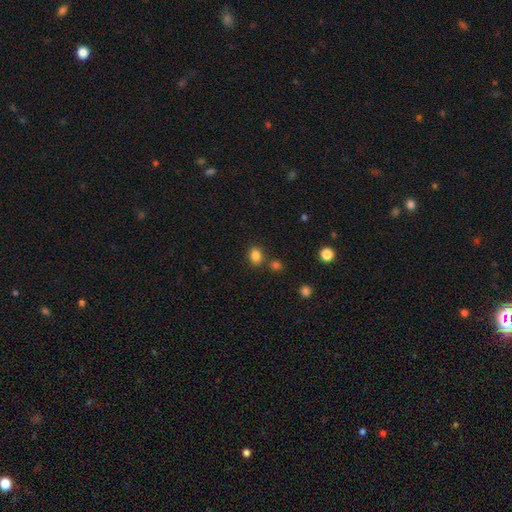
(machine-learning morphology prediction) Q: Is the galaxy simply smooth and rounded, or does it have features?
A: smooth — 84%.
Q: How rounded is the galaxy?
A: in between — 57%.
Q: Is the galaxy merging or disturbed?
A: none — 77%.